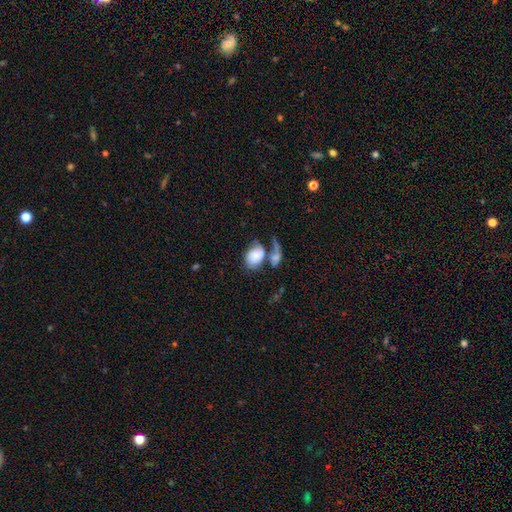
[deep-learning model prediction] Q: Smooth or featured?
A: smooth (71%); runner-up: featured or disk (22%)
Q: How rounded?
A: in between (73%); runner-up: round (26%)
Q: Merging?
A: merger (42%); runner-up: none (25%)